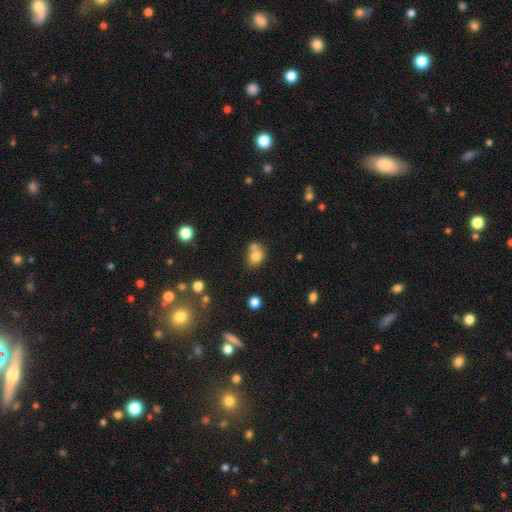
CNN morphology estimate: Smooth or featured? Predicted: smooth (p=0.76). How rounded? Predicted: round (p=0.63). Merging? Predicted: none (p=0.44).